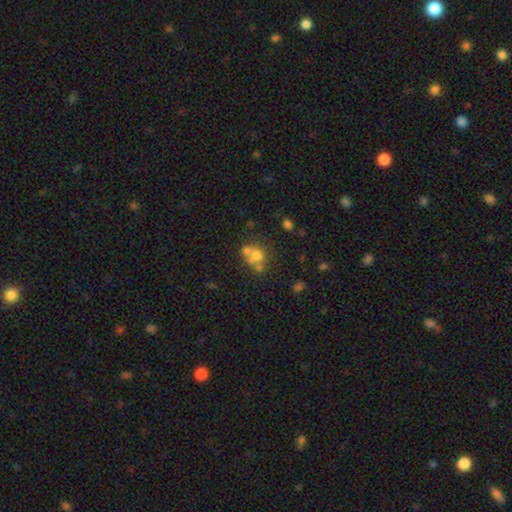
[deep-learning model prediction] Smooth or featured? smooth (59%)
How rounded? round (70%)
Merging? merger (46%)